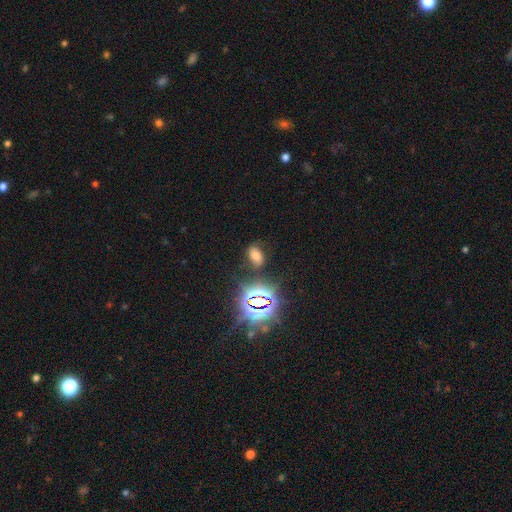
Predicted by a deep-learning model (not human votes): smooth 48%, star or artifact 36%, featured or disk 16%. Down the decision tree: merging — none (76%).